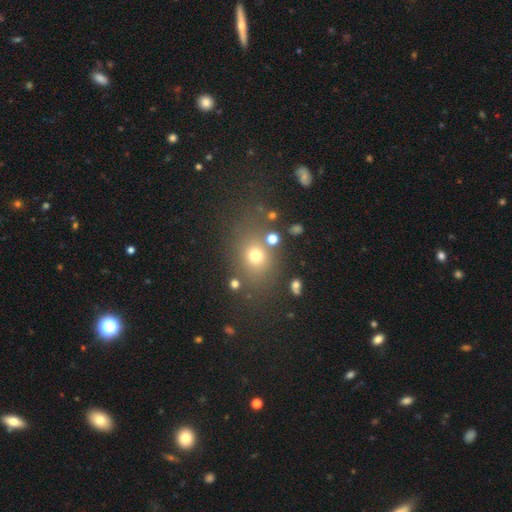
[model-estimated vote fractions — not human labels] smooth_or_featured: smooth (p=0.70) [alt: star or artifact p=0.19]
how_rounded: round (p=0.52) [alt: in between p=0.46]
merging: none (p=0.72) [alt: minor disturbance p=0.13]